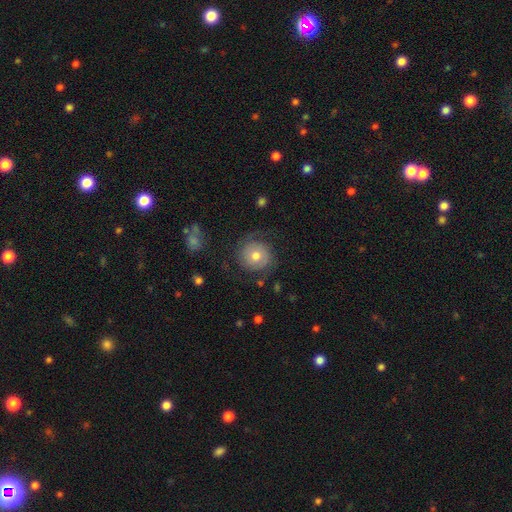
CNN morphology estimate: A featured or disk galaxy (47%). Merging: none (72%).